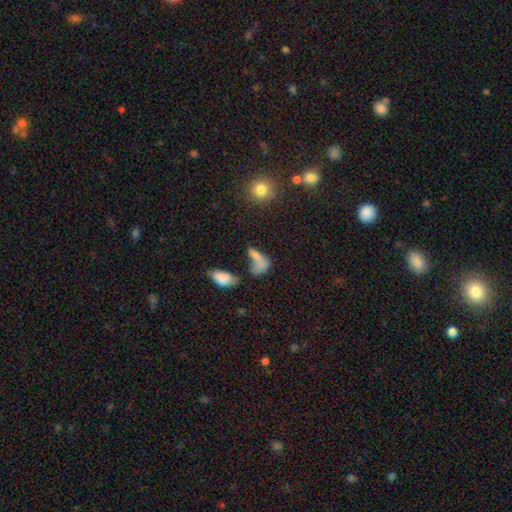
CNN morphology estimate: Smooth or featured? Predicted: smooth (p=0.50). Merging? Predicted: none (p=0.56).